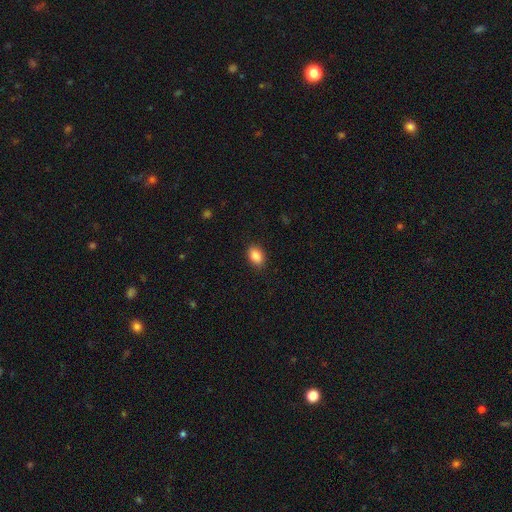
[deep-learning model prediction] This is clearly a smooth galaxy (87%). How rounded: clearly in between (81%). Merging: clearly none (88%).